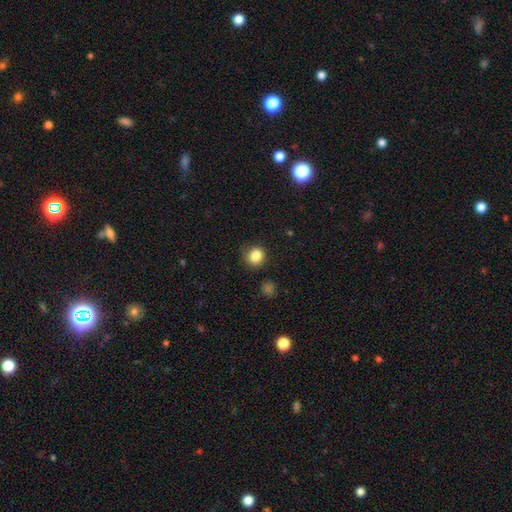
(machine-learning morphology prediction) smooth 84%, star or artifact 11%, featured or disk 5%. Down the decision tree: how rounded — round (87%); merging — none (82%).